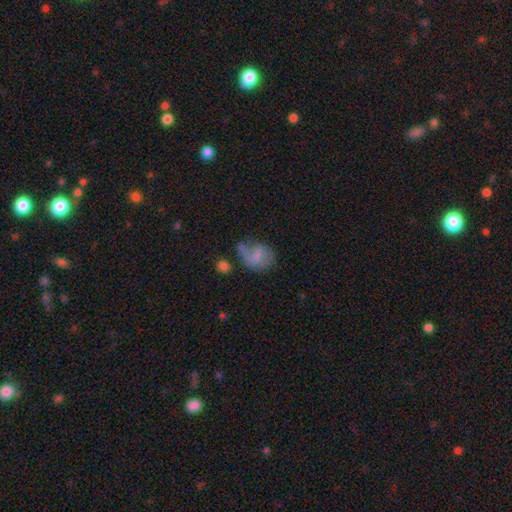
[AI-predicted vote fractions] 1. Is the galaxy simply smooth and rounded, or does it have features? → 50% smooth, 40% featured or disk, 10% star or artifact.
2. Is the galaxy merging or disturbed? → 35% none, 30% major disturbance, 27% minor disturbance, 8% merger.